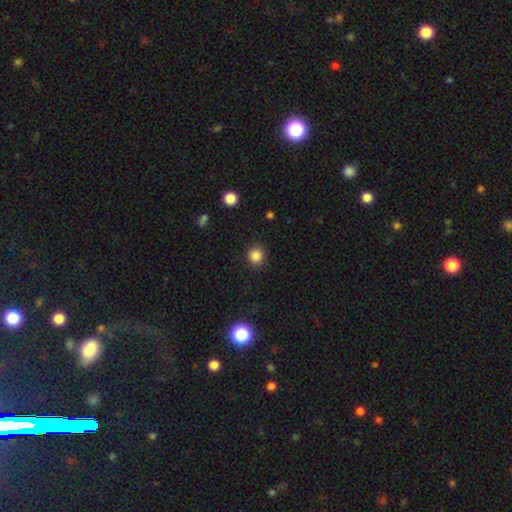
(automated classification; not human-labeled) Q: Smooth or featured?
A: smooth (85%); runner-up: star or artifact (12%)
Q: How rounded?
A: round (92%); runner-up: in between (7%)
Q: Merging?
A: none (89%); runner-up: minor disturbance (7%)